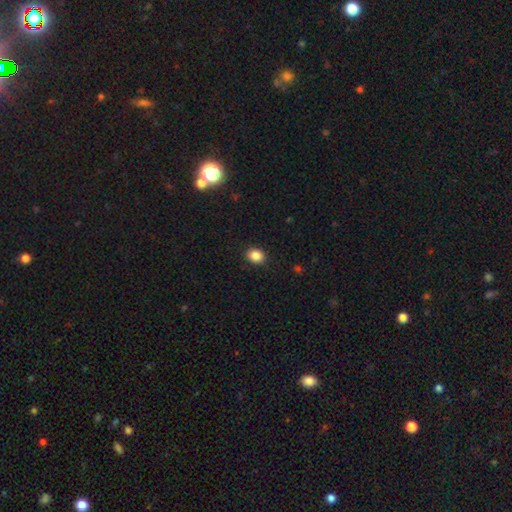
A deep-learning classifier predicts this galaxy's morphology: This appears to be a smooth galaxy with no disk features (87%) that is round (51%). Merging: none (89%).